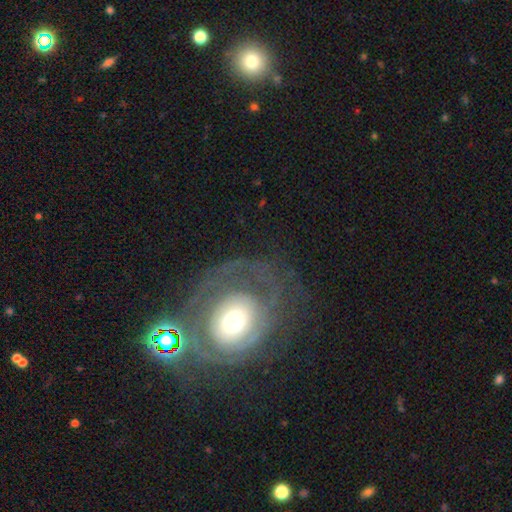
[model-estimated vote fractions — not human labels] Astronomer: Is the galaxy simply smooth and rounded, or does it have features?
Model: featured or disk — 66%.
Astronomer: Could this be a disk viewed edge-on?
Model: no — 96%.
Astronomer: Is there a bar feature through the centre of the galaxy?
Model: no — 75%.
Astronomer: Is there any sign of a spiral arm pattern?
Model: yes — 62% (runner-up: no, 38%).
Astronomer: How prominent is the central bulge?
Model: moderate — 55%.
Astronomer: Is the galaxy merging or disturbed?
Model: none — 53%.